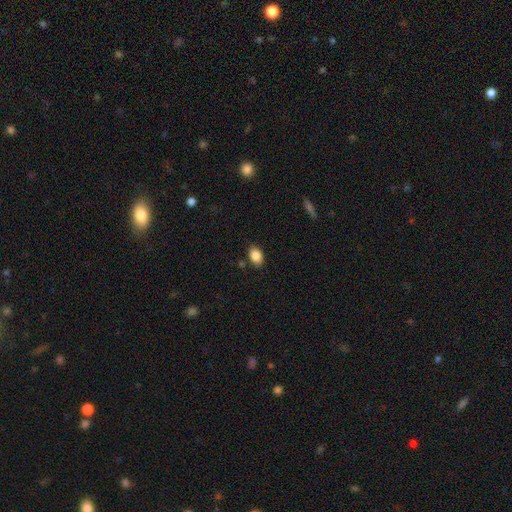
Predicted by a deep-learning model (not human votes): A smooth galaxy with no disk features (87%) that is in between round and cigar-shaped (84%).

Vote fractions:
- Smooth or featured? smooth: 87% / star or artifact: 8% / featured or disk: 5%
- How rounded? in between: 84% / round: 15% / cigar-shaped: 1%
- Merging? none: 85% / minor disturbance: 10% / major disturbance: 3% / merger: 2%